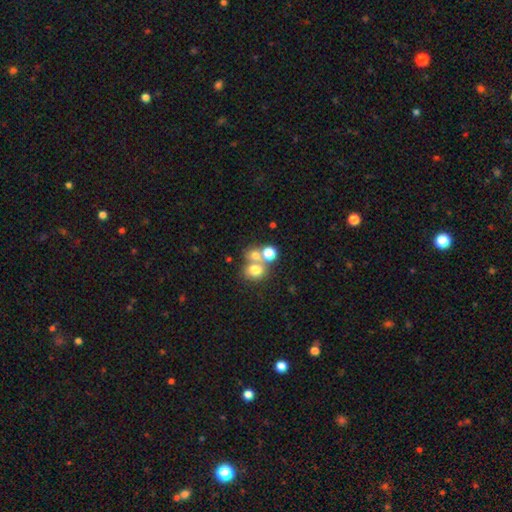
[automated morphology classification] type=smooth (69%); roundness=round (74%); merging=merger (45%).